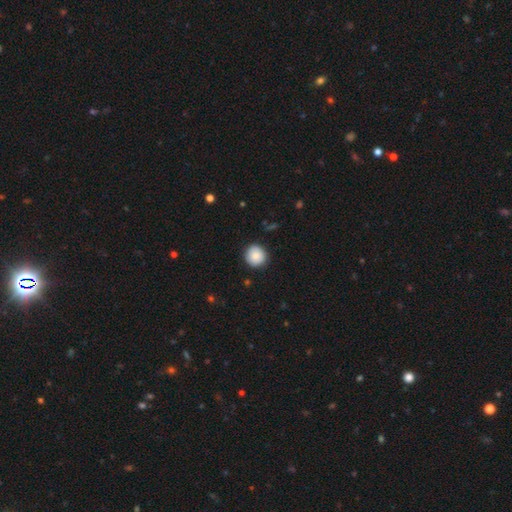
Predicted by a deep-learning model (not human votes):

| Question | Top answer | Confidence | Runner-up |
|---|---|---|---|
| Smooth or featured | smooth | 87% | star or artifact (7%) |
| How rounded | round | 93% | in between (6%) |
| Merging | none | 89% | minor disturbance (8%) |